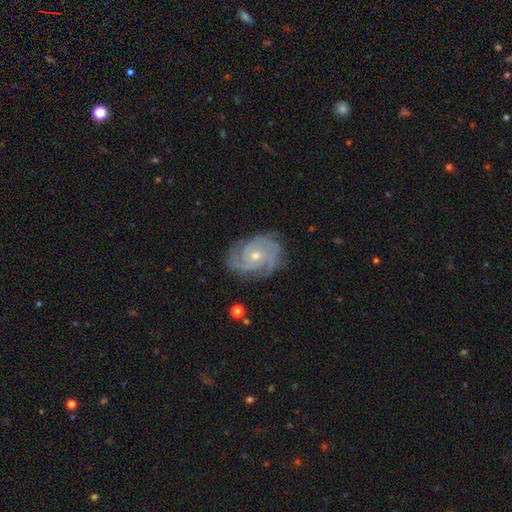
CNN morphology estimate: Overall: featured or disk (89%). Edge-on disk: no (97%). Bar: no (72%). Spiral arms: yes (98%). Spiral arm count: 3 (39%; 2 23%). Spiral winding: tight (66%; medium 30%). Bulge size: small (50%; moderate 47%). Merging: none (78%).